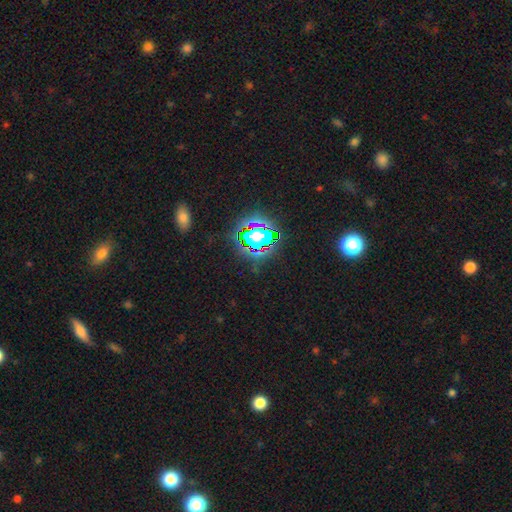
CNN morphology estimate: type=star or artifact (79%).